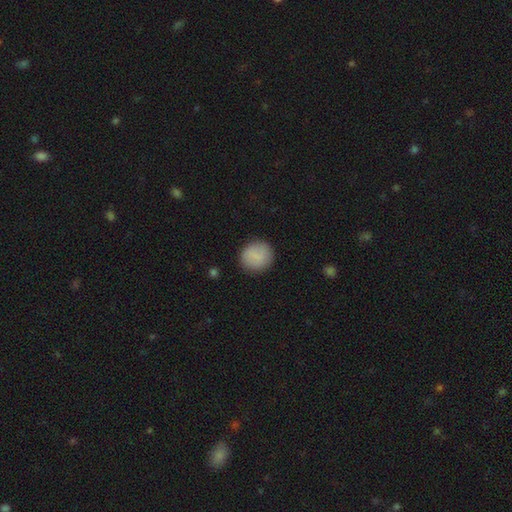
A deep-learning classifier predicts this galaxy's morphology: smooth 86%, featured or disk 7%, star or artifact 7%. Down the decision tree: how rounded — round (89%); merging — none (88%).